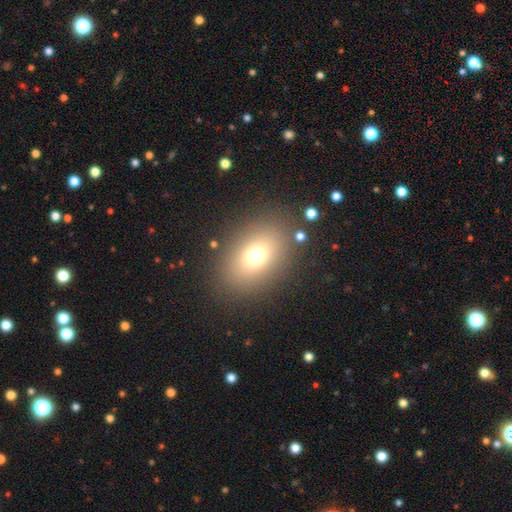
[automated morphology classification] Smooth or featured? Predicted: smooth (p=0.71). How rounded? Predicted: in between (p=0.71). Merging? Predicted: none (p=0.85).